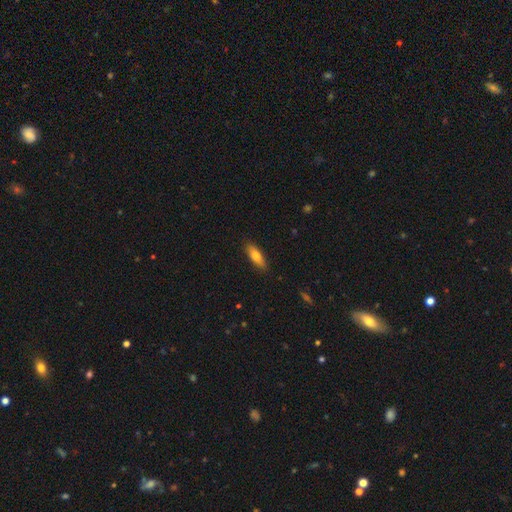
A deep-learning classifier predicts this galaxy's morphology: Smooth or featured? smooth (72%)
How rounded? in between (50%)
Merging? none (86%)